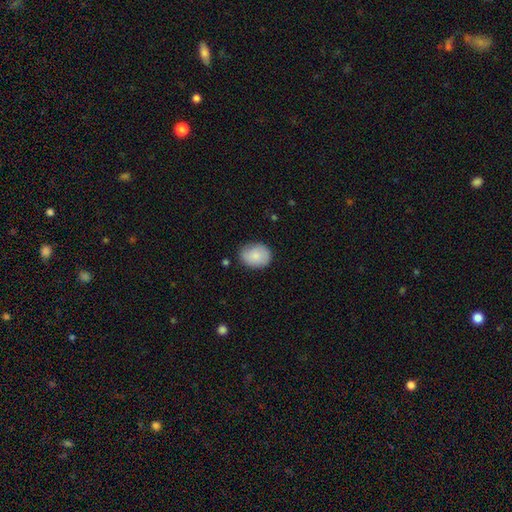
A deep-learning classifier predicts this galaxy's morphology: A smooth galaxy with no disk features (83%) that is in between round and cigar-shaped (53%). Merging: none (76%).